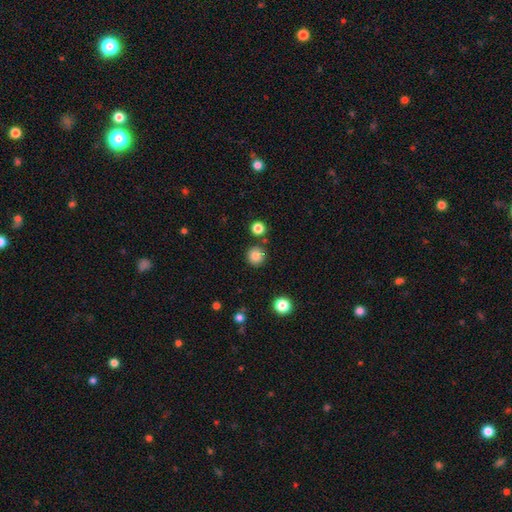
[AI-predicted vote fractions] This appears to be a smooth galaxy with no disk features (85%) that is round (95%). Merging: none (87%).